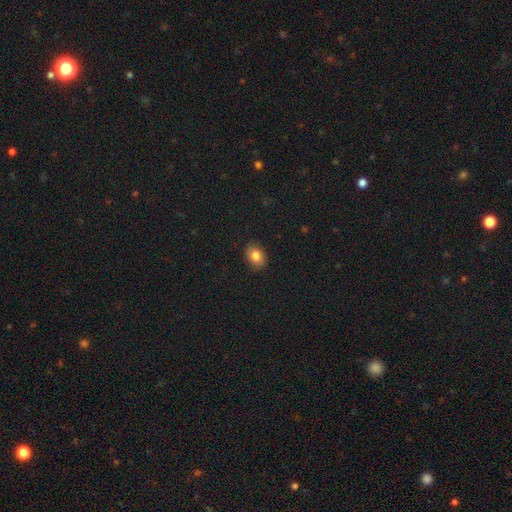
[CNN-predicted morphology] This appears to be a smooth galaxy with no disk features (82%) that is in between round and cigar-shaped (69%). Merging: none (87%).